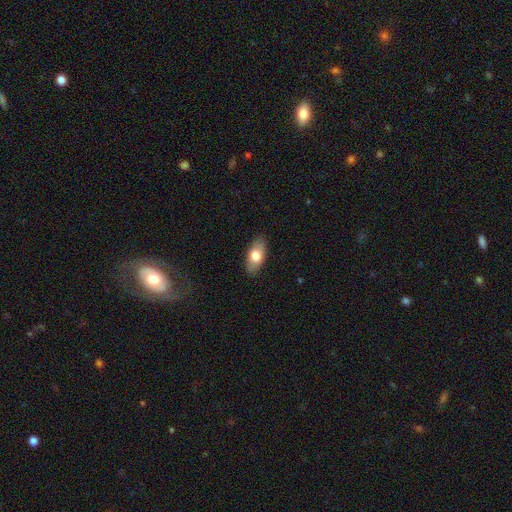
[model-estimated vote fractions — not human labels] Overall: smooth (76%). How rounded: in between (90%). Merging: none (86%).